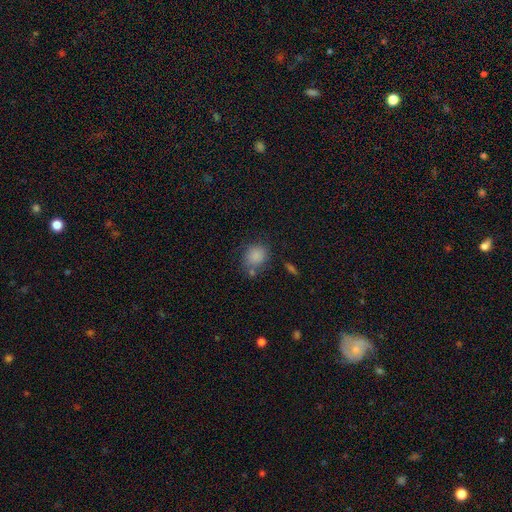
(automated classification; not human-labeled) Smooth or featured? Predicted: smooth (p=0.85). How rounded? Predicted: round (p=0.67). Merging? Predicted: none (p=0.64).